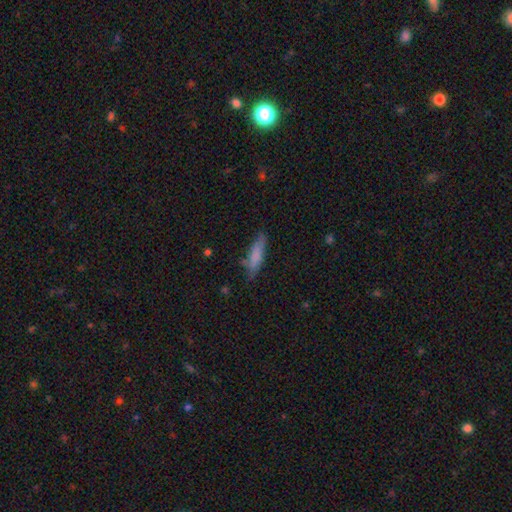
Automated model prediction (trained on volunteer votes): Morphology: type=smooth (75%); roundness=cigar-shaped (69%); merging=none (69%).